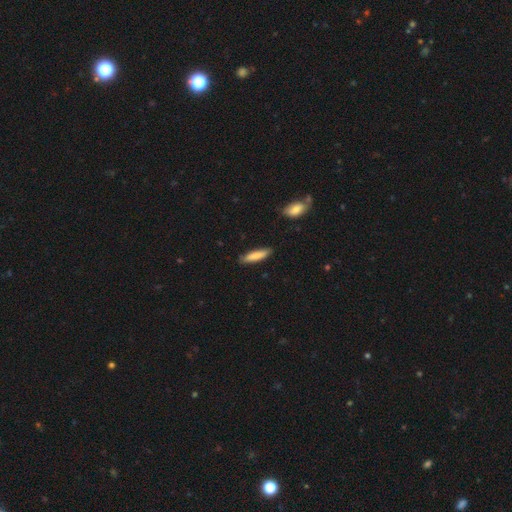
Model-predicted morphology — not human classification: Smooth or featured? smooth (82%)
How rounded? cigar-shaped (73%)
Merging? none (84%)